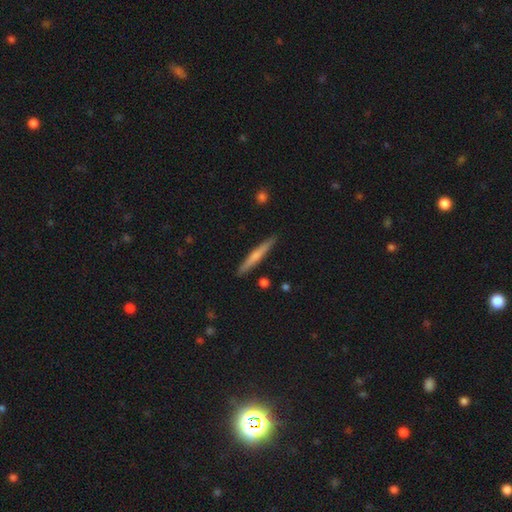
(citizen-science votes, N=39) smooth_or_featured: smooth (p=0.54) [alt: featured or disk p=0.41]
how_rounded: cigar-shaped (p=1.00)
merging: none (p=0.76) [alt: minor disturbance p=0.14]